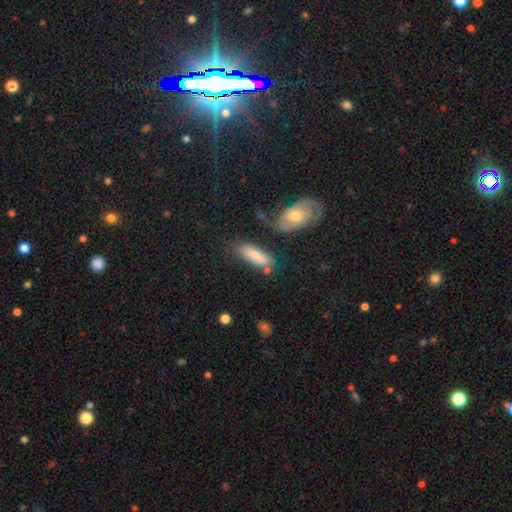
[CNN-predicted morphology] The model was most divided on "how rounded": in between: 59%, cigar-shaped: 38%, round: 3%. More confident: smooth or featured — smooth (79%); merging — none (60%).